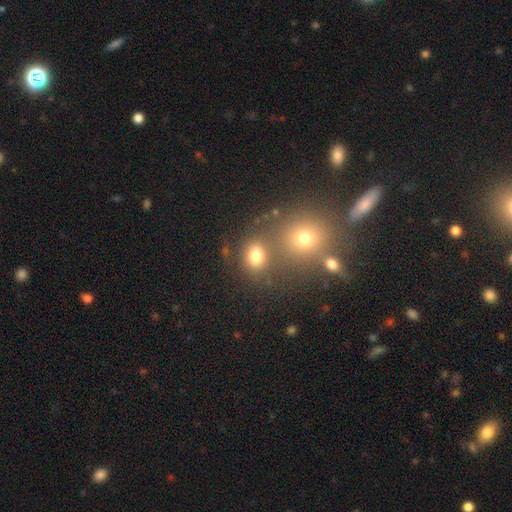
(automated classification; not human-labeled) The model was most divided on "how rounded": round: 56%, in between: 43%, cigar-shaped: 1%. More confident: smooth or featured — smooth (76%); merging — none (59%).